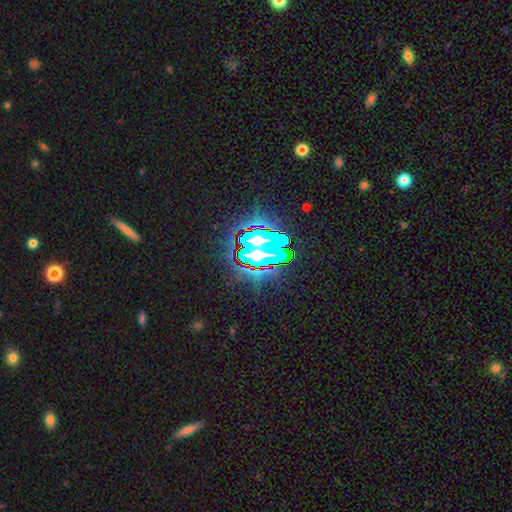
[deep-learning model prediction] A star or artifact, not a galaxy (66%).

Vote fractions:
- Smooth or featured? star or artifact: 66% / smooth: 19% / featured or disk: 15%